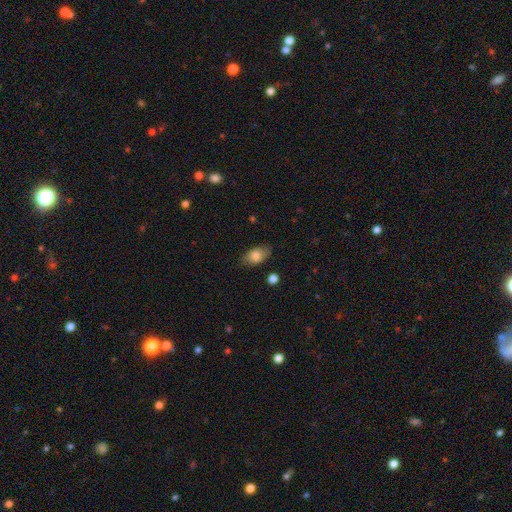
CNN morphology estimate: Q: Smooth or featured?
A: smooth (81%); runner-up: featured or disk (12%)
Q: How rounded?
A: in between (89%); runner-up: round (9%)
Q: Merging?
A: none (79%); runner-up: minor disturbance (15%)